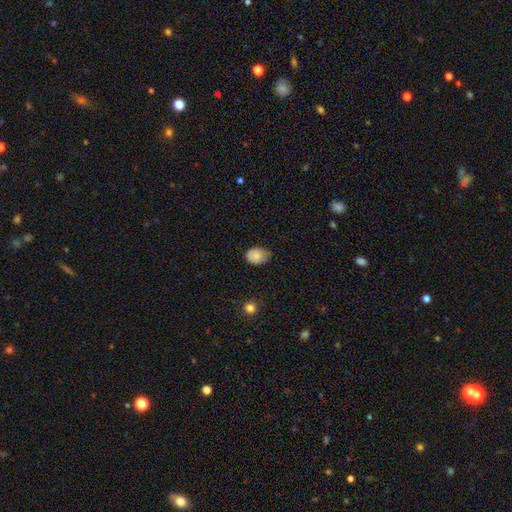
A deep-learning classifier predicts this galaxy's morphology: A smooth galaxy with no disk features (85%) that is in between round and cigar-shaped (63%). Merging: none (65%).